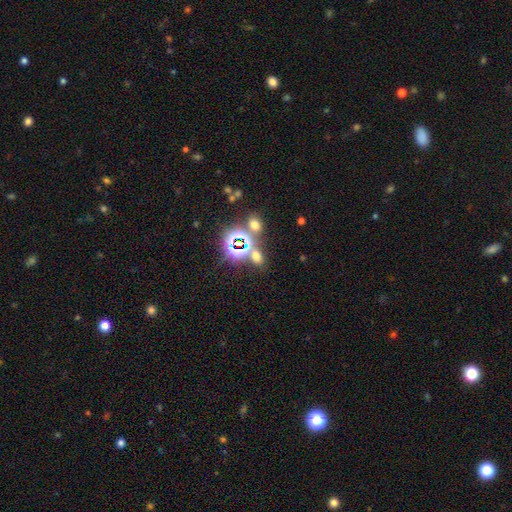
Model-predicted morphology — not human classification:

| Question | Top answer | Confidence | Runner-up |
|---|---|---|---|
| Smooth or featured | smooth | 47% | star or artifact (44%) |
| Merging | none | 68% | merger (17%) |